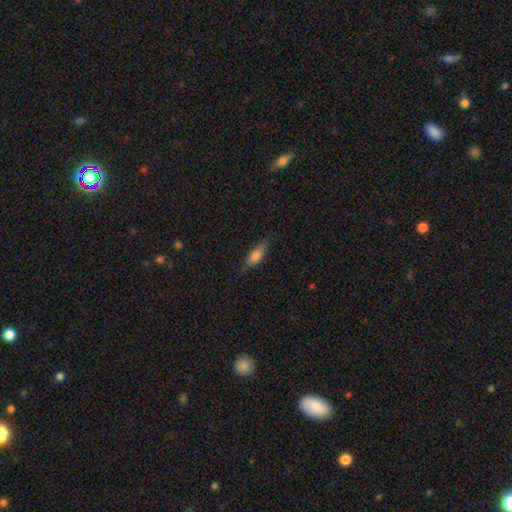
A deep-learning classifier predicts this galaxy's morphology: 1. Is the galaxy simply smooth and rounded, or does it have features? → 70% smooth, 23% featured or disk, 7% star or artifact.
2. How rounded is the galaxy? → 58% in between, 39% cigar-shaped, 3% round.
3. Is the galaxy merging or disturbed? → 73% none, 20% minor disturbance, 5% major disturbance, 1% merger.